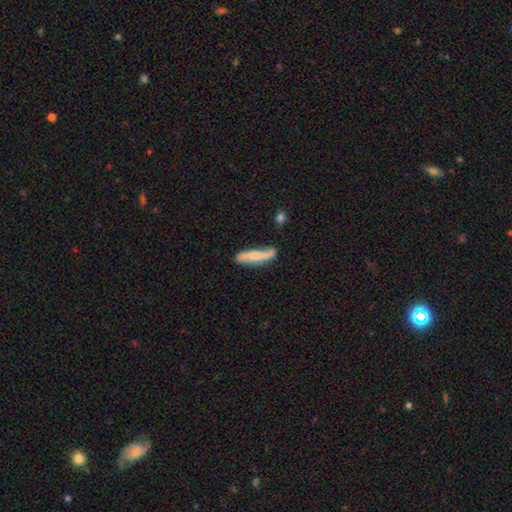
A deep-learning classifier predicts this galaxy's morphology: Overall: smooth (49%; featured or disk 45%). Merging: none (62%; minor disturbance 25%).